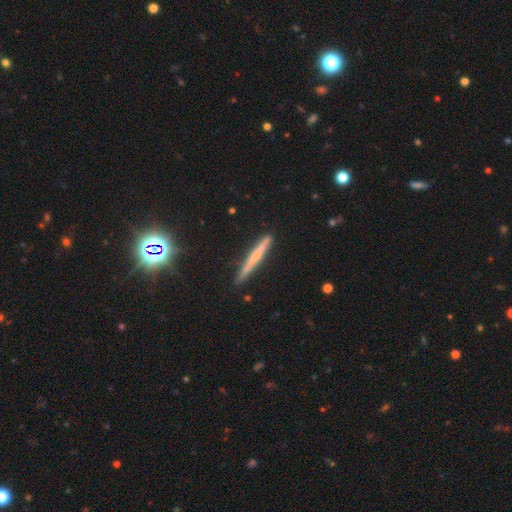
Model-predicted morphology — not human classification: Smooth or featured: smooth — 47% (featured or disk — 43%)
Merging: none — 87% (minor disturbance — 10%)